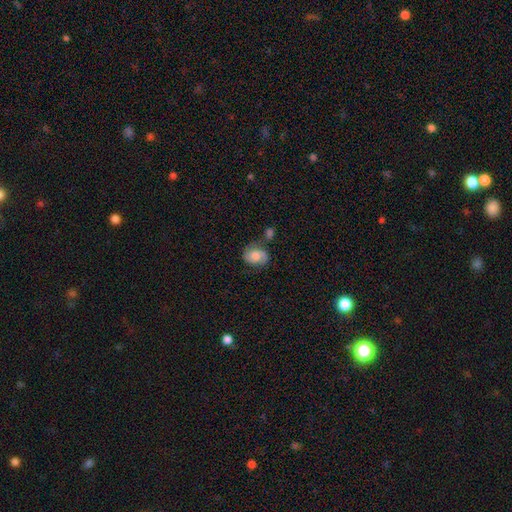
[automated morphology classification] Smooth or featured?
  - smooth: 47% *
  - featured or disk: 44%
  - star or artifact: 9%
Merging?
  - none: 59% *
  - minor disturbance: 21%
  - merger: 12%
  - major disturbance: 8%